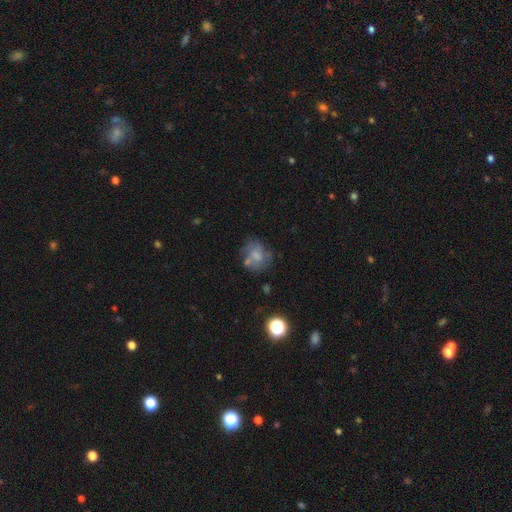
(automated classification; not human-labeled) A smooth galaxy with no disk features (51%) that is round (59%).

Vote fractions:
- Smooth or featured? smooth: 51% / featured or disk: 37% / star or artifact: 12%
- How rounded? round: 59% / in between: 40% / cigar-shaped: 1%
- Merging? none: 47% / minor disturbance: 22% / major disturbance: 17% / merger: 14%